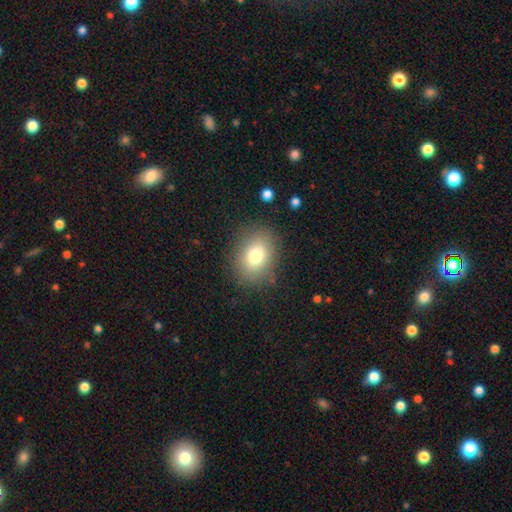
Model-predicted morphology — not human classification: smooth_or_featured: smooth (p=0.77) [alt: featured or disk p=0.12]
how_rounded: in between (p=0.60) [alt: round p=0.39]
merging: none (p=0.83) [alt: minor disturbance p=0.11]